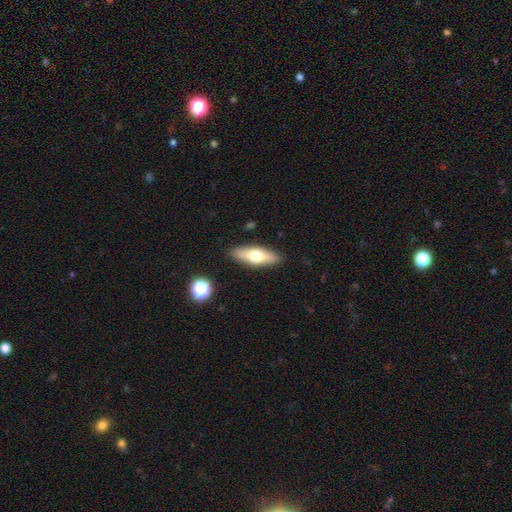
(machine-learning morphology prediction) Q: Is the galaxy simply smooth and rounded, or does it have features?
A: smooth — 56%.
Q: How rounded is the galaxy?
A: in between — 55%.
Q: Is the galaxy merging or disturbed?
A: none — 88%.